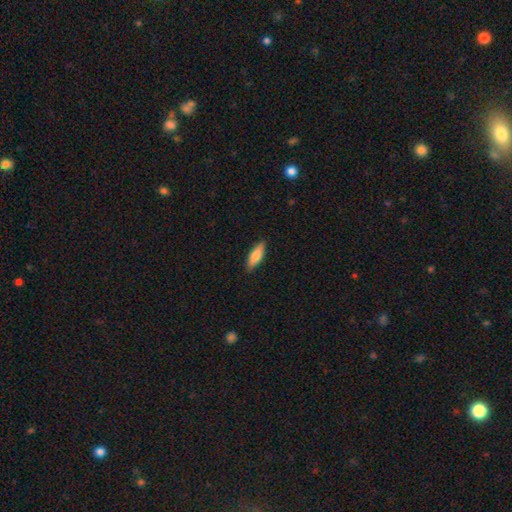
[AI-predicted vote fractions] This is likely a smooth galaxy (73%). How rounded: possibly in between (50%). Merging: clearly none (89%).